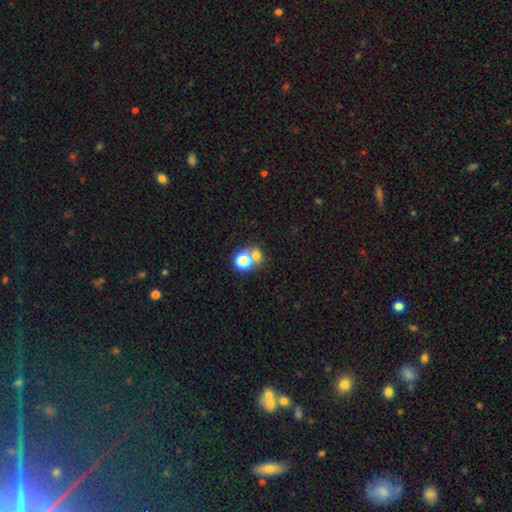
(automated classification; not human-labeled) Smooth or featured: smooth — 69% (star or artifact — 18%)
How rounded: round — 70% (in between — 28%)
Merging: merger — 51% (none — 38%)